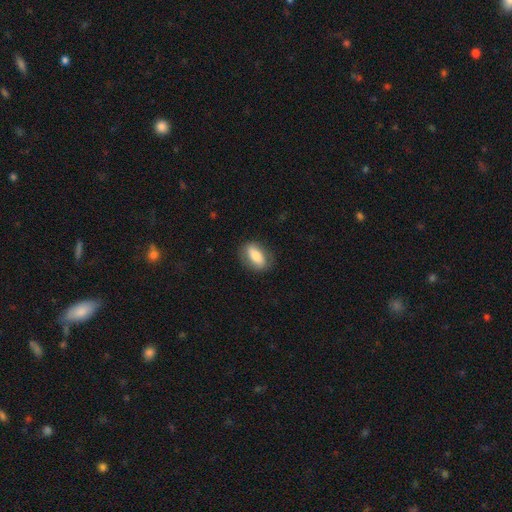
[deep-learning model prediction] The model was most divided on "smooth or featured": smooth: 72%, featured or disk: 22%, star or artifact: 6%. More confident: how rounded — in between (84%); merging — none (81%).